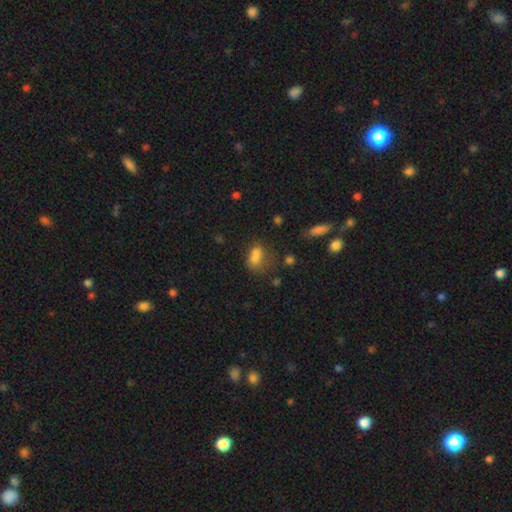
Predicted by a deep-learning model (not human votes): Smooth or featured? smooth (70%)
How rounded? in between (65%)
Merging? merger (52%)